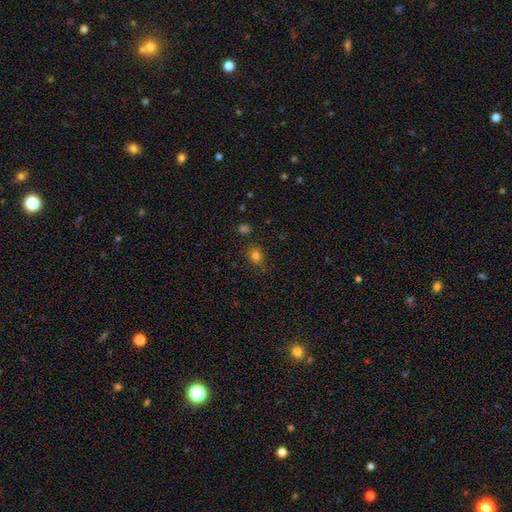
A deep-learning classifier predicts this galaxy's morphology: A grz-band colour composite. It shows a smooth galaxy with no disk features (79%) that is round (61%). Merging: none (81%).